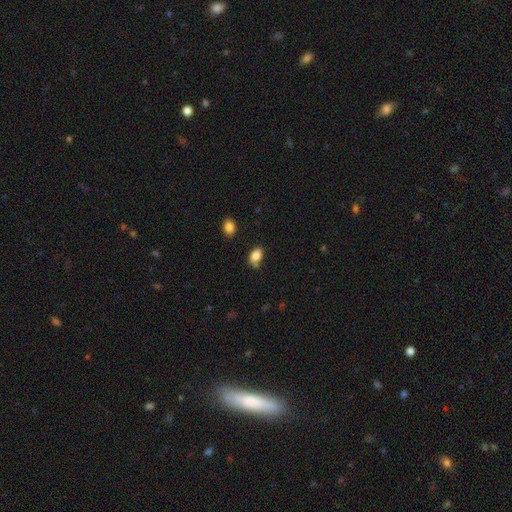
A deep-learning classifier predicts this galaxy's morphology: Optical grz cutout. It shows a smooth galaxy with no disk features (84%) that is in between round and cigar-shaped (84%). Merging: none (70%).